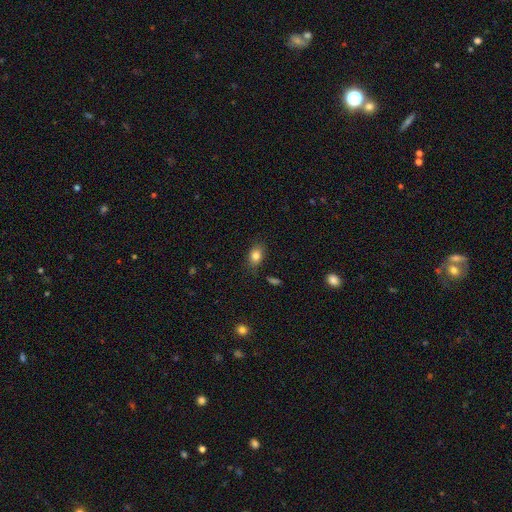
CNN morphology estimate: The model was most divided on "how rounded": in between: 74%, round: 25%, cigar-shaped: 2%. More confident: smooth or featured — smooth (82%); merging — none (82%).